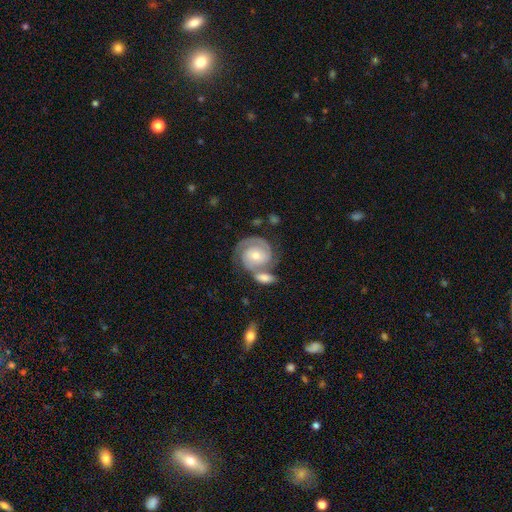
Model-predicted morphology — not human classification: Smooth or featured? featured or disk (82%)
Edge-on disk? no (98%)
Bar? no (65%)
Spiral arms? yes (96%)
Spiral winding? tight (66%)
Spiral arm count? 2 (75%)
Bulge size? moderate (47%, tied with small)
Merging? none (48%)